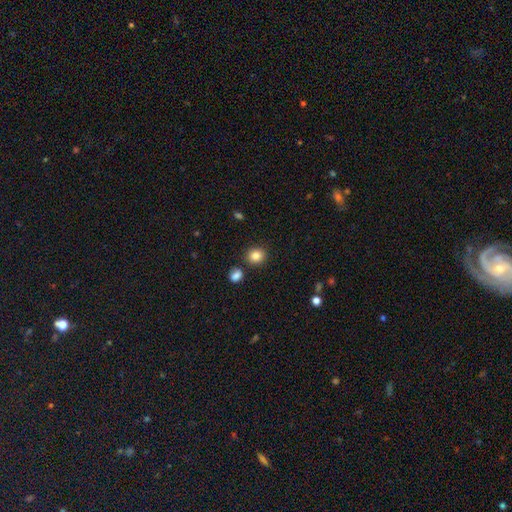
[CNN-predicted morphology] Q: Smooth or featured?
A: smooth (85%); runner-up: star or artifact (10%)
Q: How rounded?
A: round (81%); runner-up: in between (18%)
Q: Merging?
A: none (83%); runner-up: minor disturbance (8%)